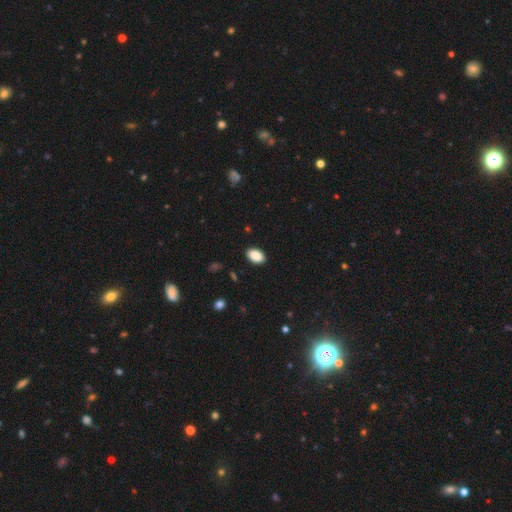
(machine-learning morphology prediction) A smooth galaxy with no disk features (90%) that is in between round and cigar-shaped (91%). Merging: none (89%).